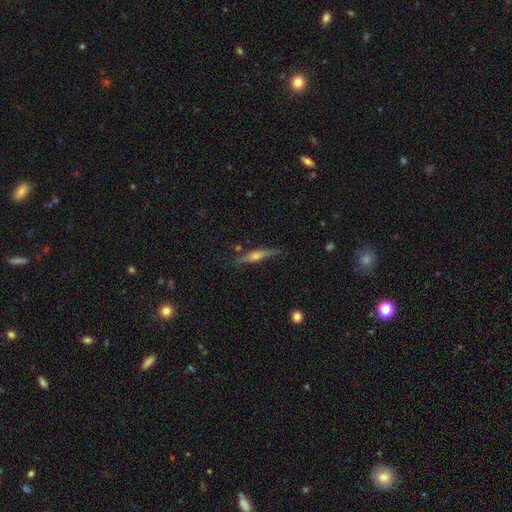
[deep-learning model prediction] A featured or disk galaxy (67%) viewed edge-on (96%) with a rounded central bulge (84%). Merging: none (82%).